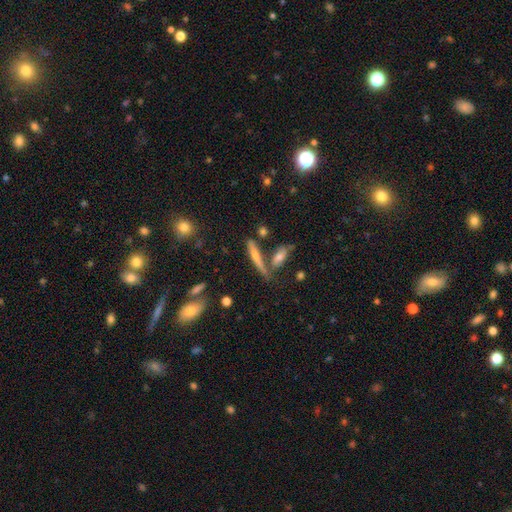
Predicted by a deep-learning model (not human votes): Q: Smooth or featured?
A: smooth (44%); tied with: featured or disk (44%)
Q: Merging?
A: none (64%); runner-up: merger (19%)